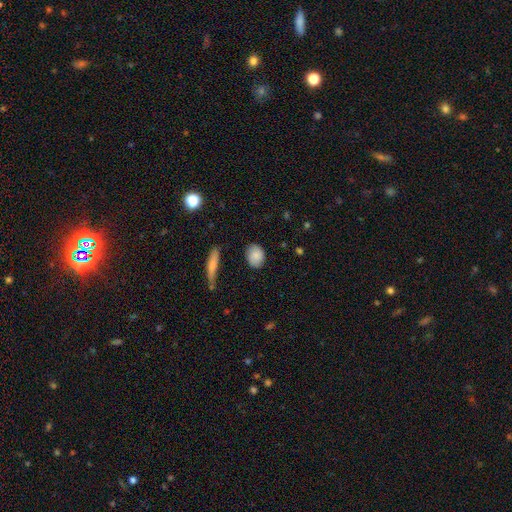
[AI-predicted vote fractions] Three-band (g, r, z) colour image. It shows a smooth galaxy with no disk features (84%) that is in between round and cigar-shaped (56%). Merging: none (80%).